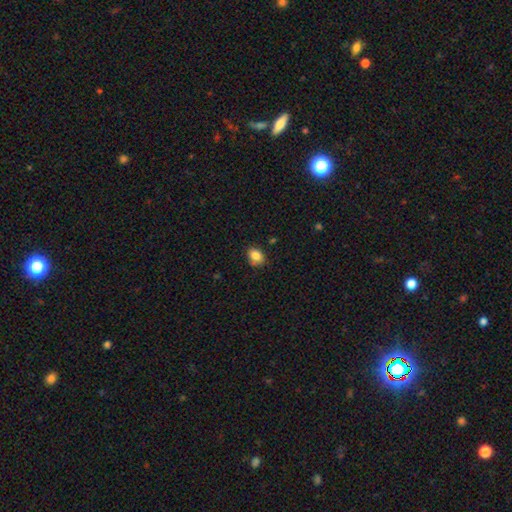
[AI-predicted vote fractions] smooth 85%, star or artifact 9%, featured or disk 6%. Down the decision tree: how rounded — in between (65%); merging — none (75%).